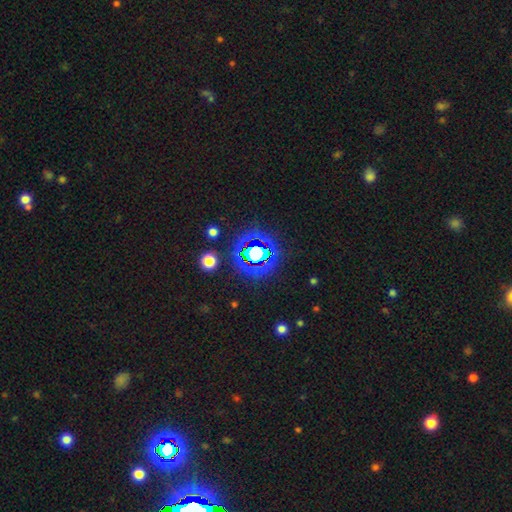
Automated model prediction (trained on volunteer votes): A star or artifact, not a galaxy (81%).

Vote fractions:
- Smooth or featured? star or artifact: 81% / smooth: 12% / featured or disk: 7%